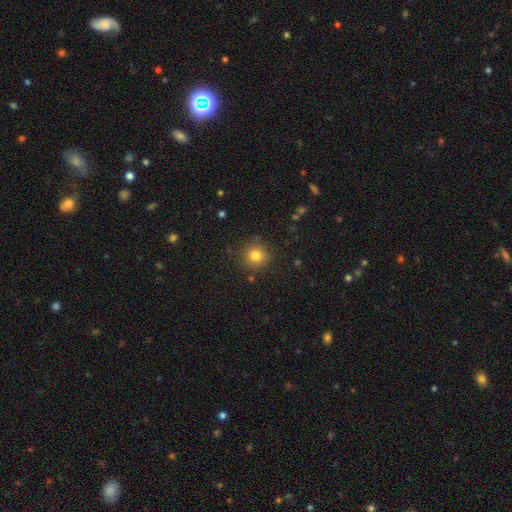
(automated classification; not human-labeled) Morphology: type=smooth (82%); roundness=round (93%); merging=none (87%).